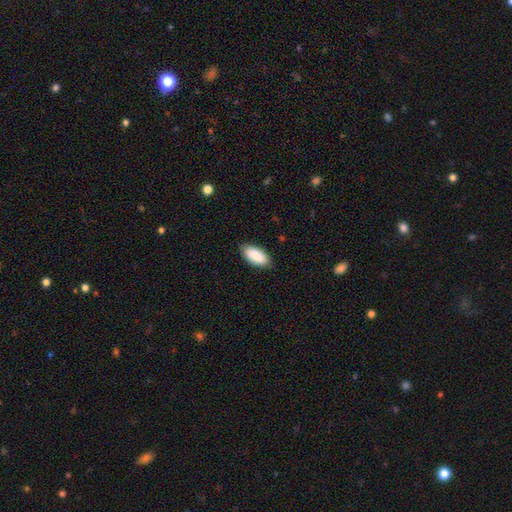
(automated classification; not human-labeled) This is clearly a smooth galaxy (88%). How rounded: clearly in between (91%). Merging: clearly none (86%).